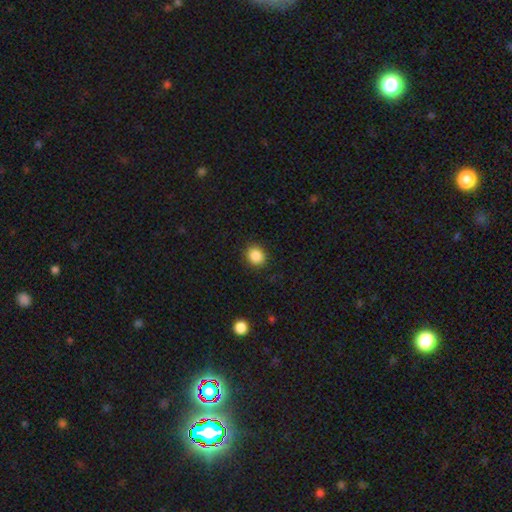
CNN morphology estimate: Smooth or featured? Predicted: smooth (p=0.87). How rounded? Predicted: round (p=0.74). Merging? Predicted: none (p=0.89).